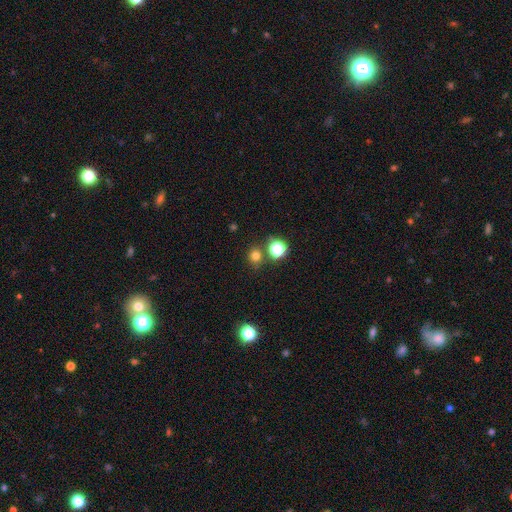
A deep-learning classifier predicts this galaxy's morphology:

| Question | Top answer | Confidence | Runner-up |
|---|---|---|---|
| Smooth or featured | smooth | 74% | star or artifact (21%) |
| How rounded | round | 87% | in between (12%) |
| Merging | none | 76% | merger (11%) |